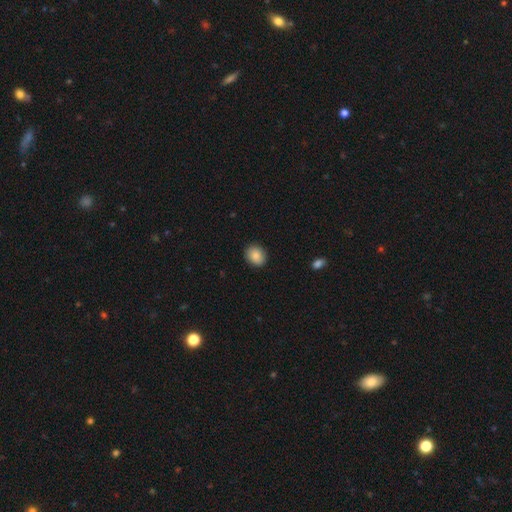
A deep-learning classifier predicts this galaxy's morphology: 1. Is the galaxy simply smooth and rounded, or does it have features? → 87% smooth, 8% star or artifact, 5% featured or disk.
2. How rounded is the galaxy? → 56% round, 43% in between, 1% cigar-shaped.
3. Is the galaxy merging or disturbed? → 89% none, 8% minor disturbance, 2% major disturbance, 1% merger.